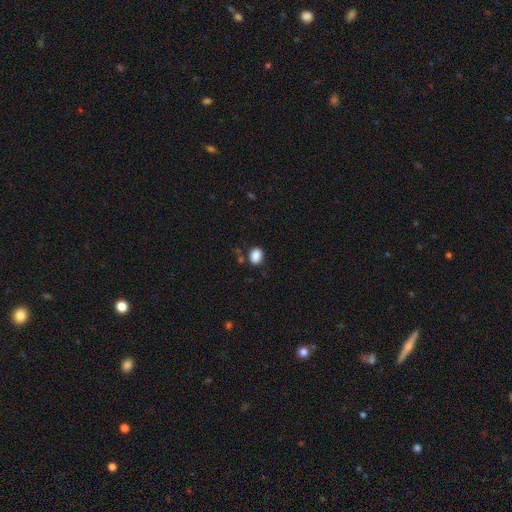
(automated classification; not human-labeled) smooth-or-featured: smooth: 88% | star or artifact: 9% | featured or disk: 3%
  how-rounded: in between: 69% | round: 29% | cigar-shaped: 1%
  merging: none: 79% | minor disturbance: 13% | merger: 4% | major disturbance: 3%